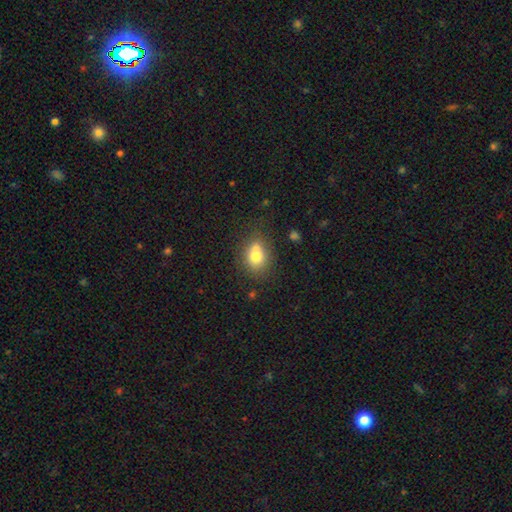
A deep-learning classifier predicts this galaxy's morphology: smooth-or-featured: smooth: 73% | featured or disk: 16% | star or artifact: 11%
  how-rounded: round: 50% | in between: 49% | cigar-shaped: 1%
  merging: none: 50% | merger: 28% | minor disturbance: 16% | major disturbance: 5%